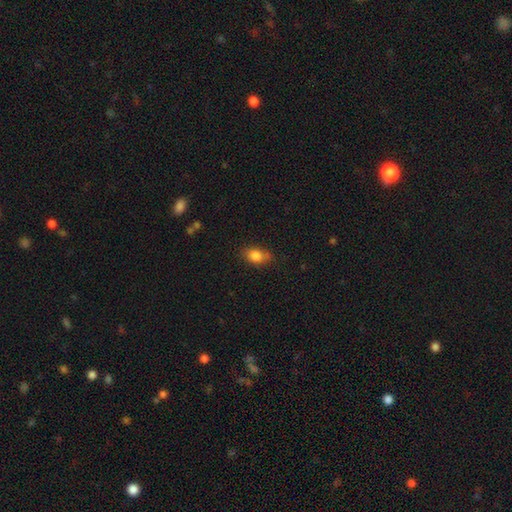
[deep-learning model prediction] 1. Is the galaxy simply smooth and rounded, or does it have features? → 83% smooth, 9% star or artifact, 8% featured or disk.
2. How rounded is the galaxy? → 79% in between, 18% round, 3% cigar-shaped.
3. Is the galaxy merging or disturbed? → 73% none, 21% minor disturbance, 4% major disturbance, 2% merger.